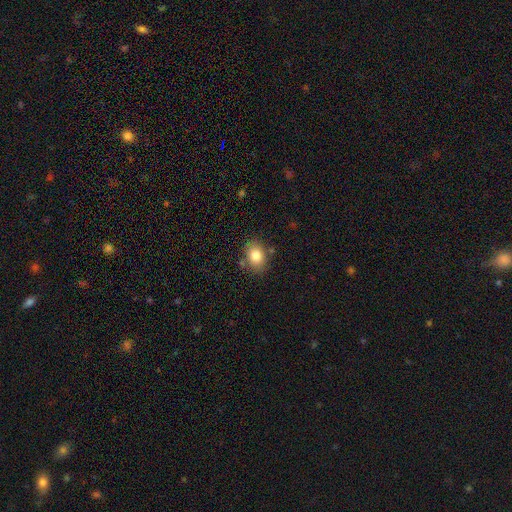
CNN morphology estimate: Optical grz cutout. It shows a smooth galaxy with no disk features (82%) that is in between round and cigar-shaped (65%). Merging: none (77%).